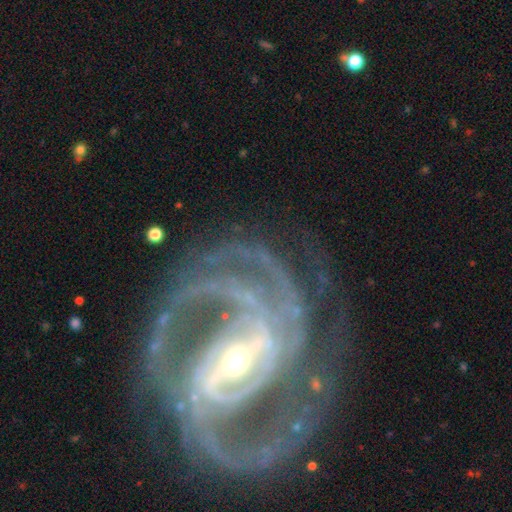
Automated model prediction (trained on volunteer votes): Smooth or featured: featured or disk — 92% (star or artifact — 5%)
Edge-on disk: no — 97% (yes — 3%)
Bar: strong — 65% (weak — 25%)
Spiral arms: yes — 97% (no — 3%)
Spiral winding: medium — 48% (tight — 40%)
Spiral arm count: 2 — 38% (3 — 22%)
Bulge size: small — 69% (moderate — 26%)
Merging: none — 58% (major disturbance — 22%)